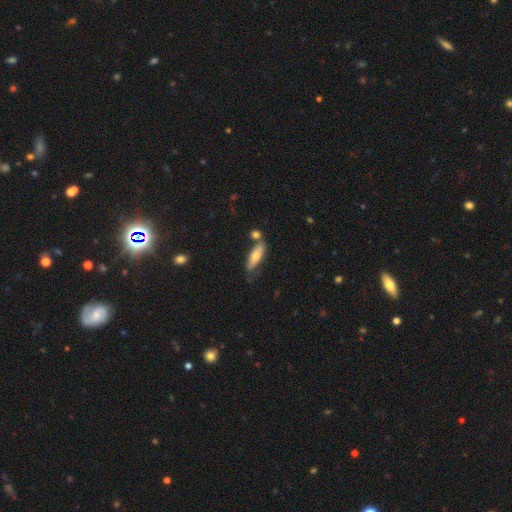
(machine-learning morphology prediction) The model was most divided on "how rounded": cigar-shaped: 54%, in between: 44%, round: 2%. More confident: smooth or featured — smooth (64%); merging — none (61%).